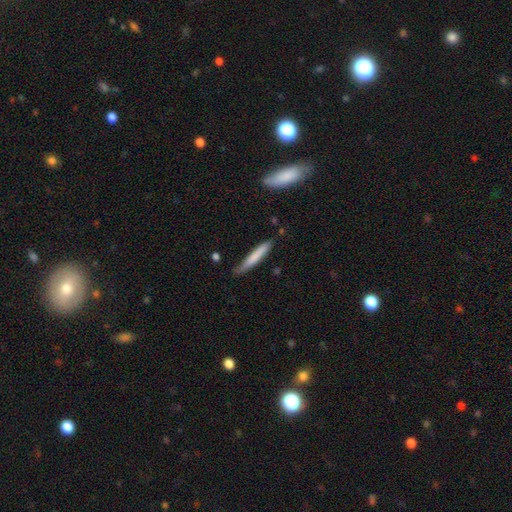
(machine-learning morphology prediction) The model was most divided on "merging": none: 70%, minor disturbance: 24%, major disturbance: 4%, merger: 3%. More confident: how rounded — cigar-shaped (93%); smooth or featured — smooth (74%).